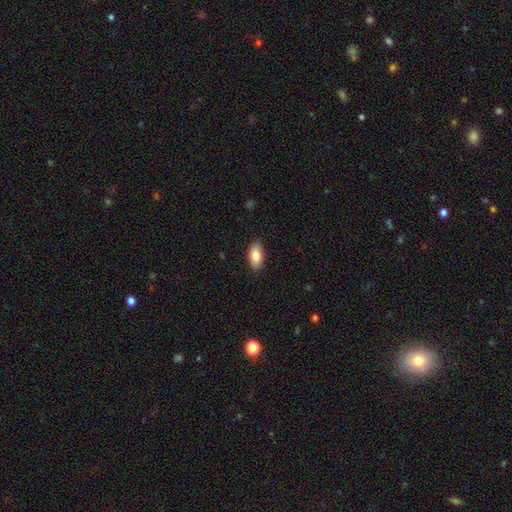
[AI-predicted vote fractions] A smooth galaxy with no disk features (82%) that is in between round and cigar-shaped (92%).

Vote fractions:
- Smooth or featured? smooth: 82% / featured or disk: 11% / star or artifact: 7%
- How rounded? in between: 92% / cigar-shaped: 5% / round: 4%
- Merging? none: 88% / minor disturbance: 9% / major disturbance: 2% / merger: 1%